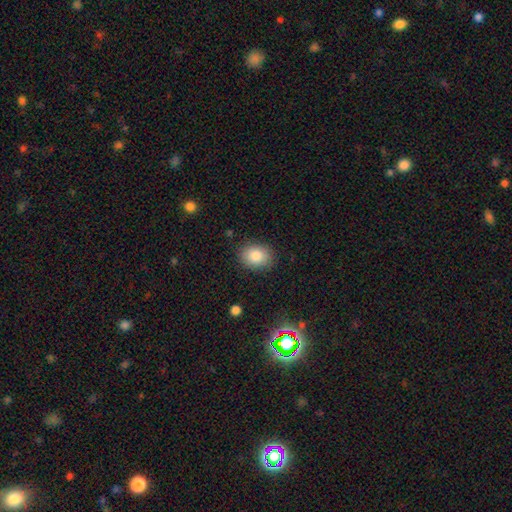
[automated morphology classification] Smooth or featured: smooth — 85% (star or artifact — 9%)
How rounded: in between — 55% (round — 44%)
Merging: none — 86% (minor disturbance — 10%)